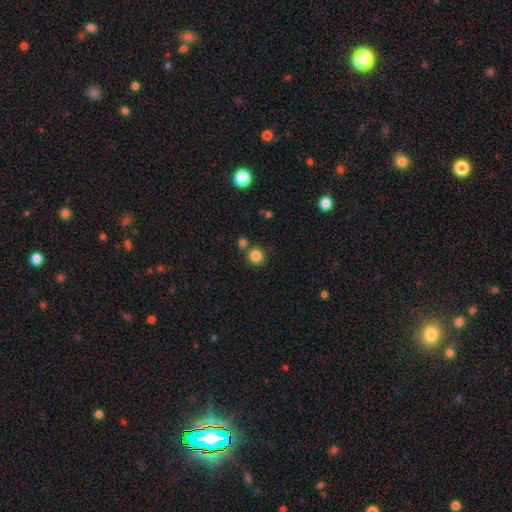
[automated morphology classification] Smooth or featured? smooth (84%)
How rounded? round (92%)
Merging? none (76%)